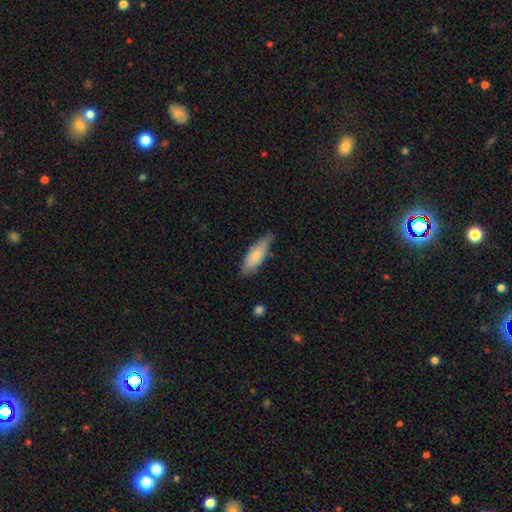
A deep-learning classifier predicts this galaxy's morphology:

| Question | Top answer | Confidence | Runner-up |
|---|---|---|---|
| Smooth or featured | smooth | 72% | featured or disk (22%) |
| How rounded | in between | 57% | cigar-shaped (41%) |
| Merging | none | 71% | minor disturbance (23%) |